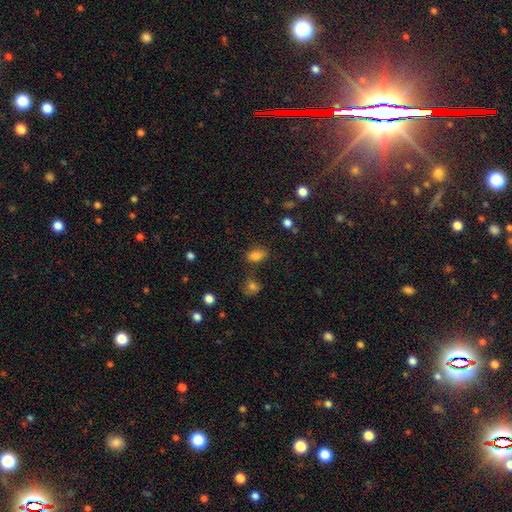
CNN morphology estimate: smooth-or-featured: smooth: 81% | star or artifact: 13% | featured or disk: 6%
  how-rounded: in between: 83% | round: 14% | cigar-shaped: 3%
  merging: none: 68% | minor disturbance: 18% | merger: 8% | major disturbance: 6%